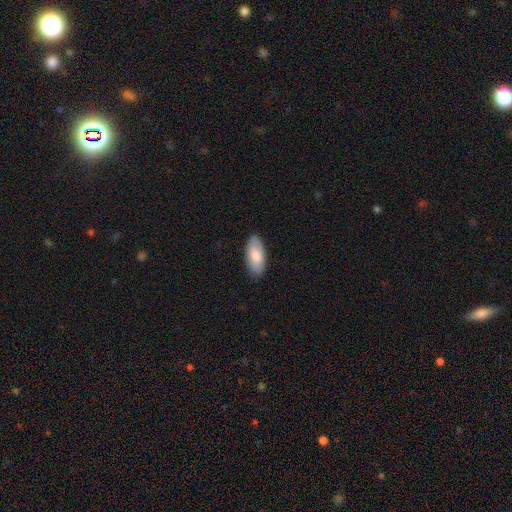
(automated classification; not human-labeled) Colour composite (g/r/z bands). It shows a smooth galaxy with no disk features (79%) that is in between round and cigar-shaped (91%). Merging: none (86%).